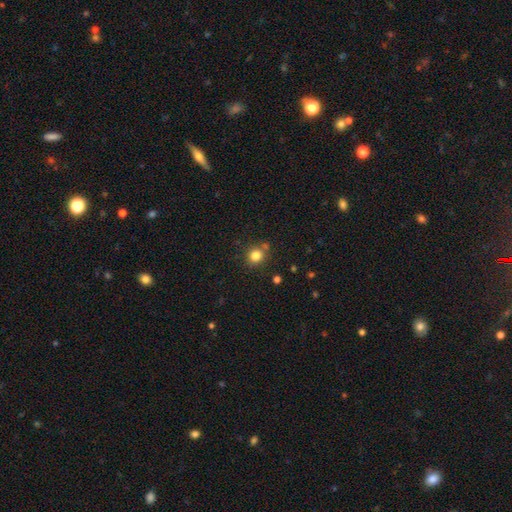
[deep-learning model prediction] Overall: smooth (82%). How rounded: round (85%). Merging: none (76%).